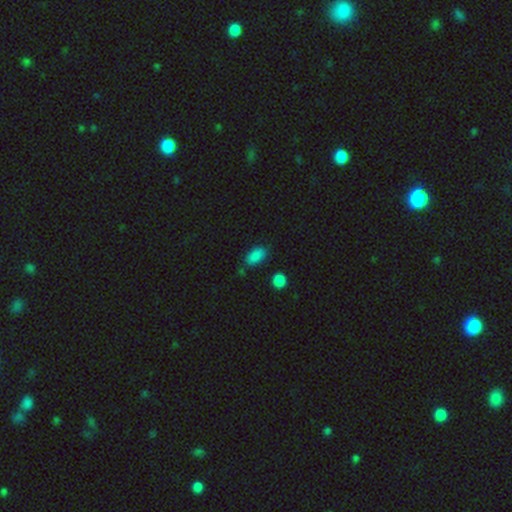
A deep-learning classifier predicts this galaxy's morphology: The model was most divided on "merging": none: 77%, minor disturbance: 16%, merger: 4%, major disturbance: 4%. More confident: how rounded — in between (91%); smooth or featured — smooth (86%).